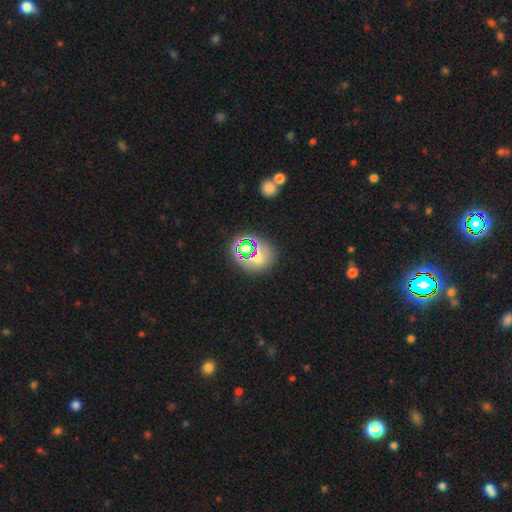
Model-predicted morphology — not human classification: This is possibly a star or artifact rather than a galaxy (47%).